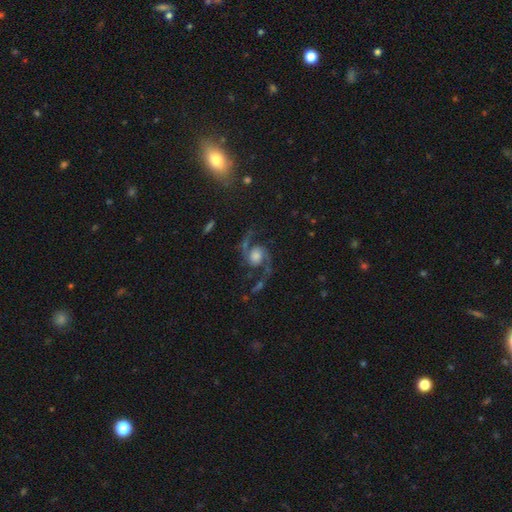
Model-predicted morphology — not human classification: Smooth or featured? featured or disk (89%)
Edge-on disk? no (98%)
Bar? no (68%)
Spiral arms? yes (98%)
Spiral winding? loose (60%)
Spiral arm count? 2 (94%)
Bulge size? large (41%)
Merging? none (74%)